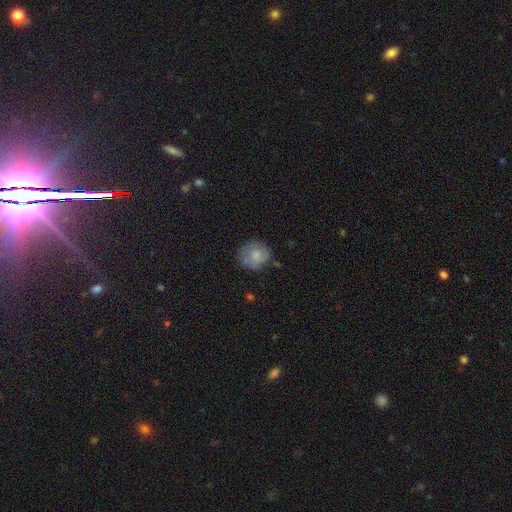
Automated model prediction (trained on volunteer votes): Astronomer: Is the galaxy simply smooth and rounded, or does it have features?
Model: smooth — 70%.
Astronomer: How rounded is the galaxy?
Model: round — 85%.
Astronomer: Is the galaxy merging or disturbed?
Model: none — 66%.